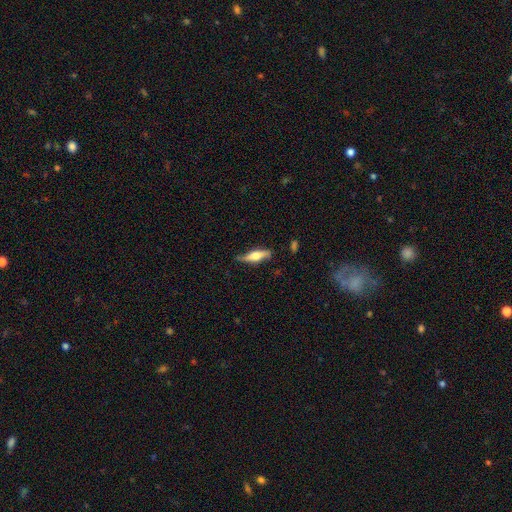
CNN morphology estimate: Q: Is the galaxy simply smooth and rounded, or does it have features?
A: featured or disk — 51%.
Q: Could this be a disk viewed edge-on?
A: yes — 85%.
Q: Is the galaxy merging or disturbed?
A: none — 70%.